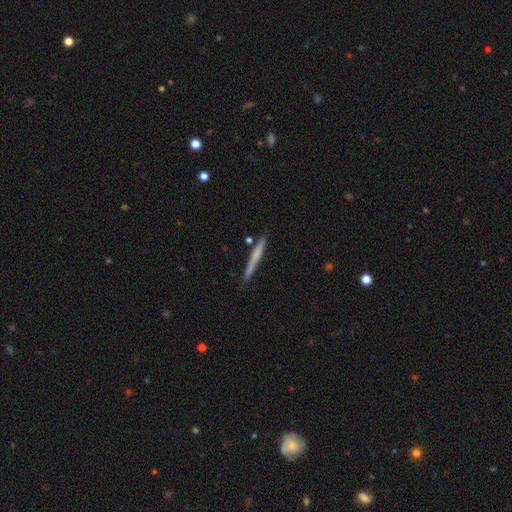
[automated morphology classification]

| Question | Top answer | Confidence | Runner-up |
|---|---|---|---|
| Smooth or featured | smooth | 51% | featured or disk (43%) |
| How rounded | cigar-shaped | 96% | in between (2%) |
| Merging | none | 85% | minor disturbance (11%) |